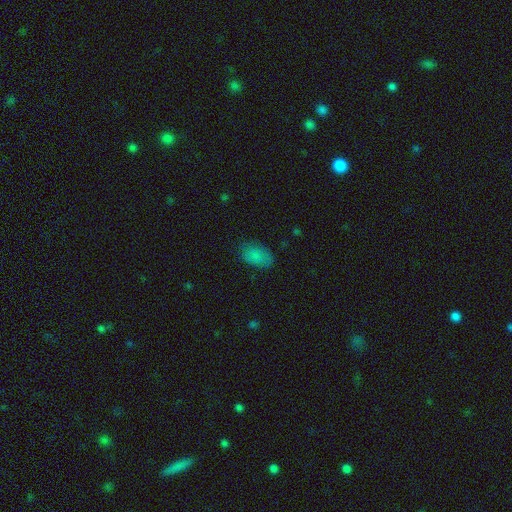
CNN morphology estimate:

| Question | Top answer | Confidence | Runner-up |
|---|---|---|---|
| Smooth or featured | smooth | 83% | star or artifact (10%) |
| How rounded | in between | 92% | round (7%) |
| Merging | none | 77% | minor disturbance (17%) |